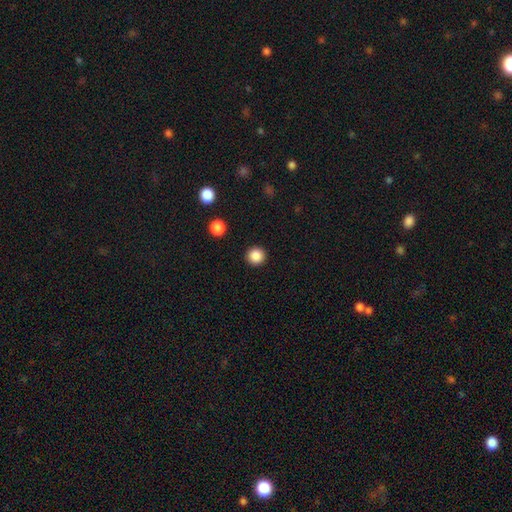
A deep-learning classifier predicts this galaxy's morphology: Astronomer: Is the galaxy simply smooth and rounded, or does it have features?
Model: smooth — 87%.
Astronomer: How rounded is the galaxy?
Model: round — 95%.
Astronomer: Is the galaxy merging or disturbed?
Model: none — 92%.